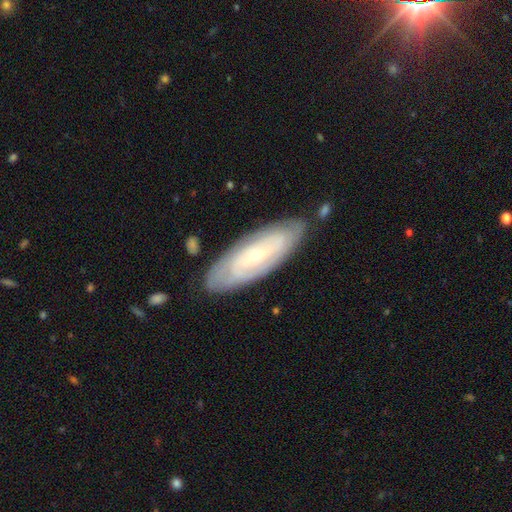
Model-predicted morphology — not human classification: A featured or disk galaxy (71%) with no bar (57%), spiral arms (83%) and a small central bulge (74%). Merging: none (79%).